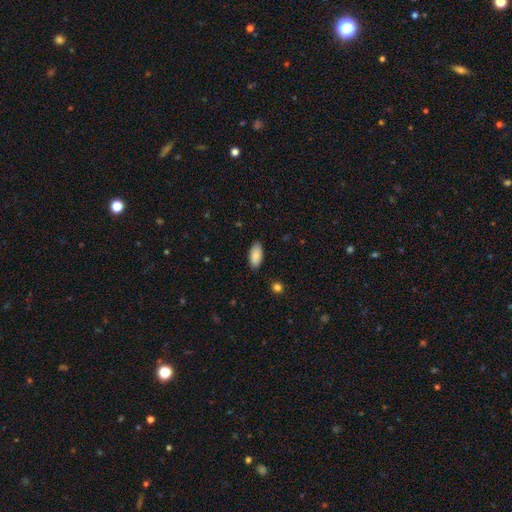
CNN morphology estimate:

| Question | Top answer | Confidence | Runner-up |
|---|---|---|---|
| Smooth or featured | smooth | 88% | star or artifact (6%) |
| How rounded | in between | 92% | cigar-shaped (6%) |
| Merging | none | 87% | minor disturbance (10%) |